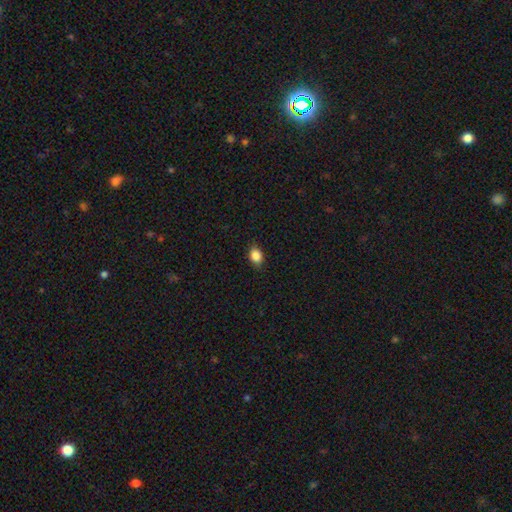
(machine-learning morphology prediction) Overall: smooth (85%). How rounded: in between (69%; round 30%). Merging: none (84%).